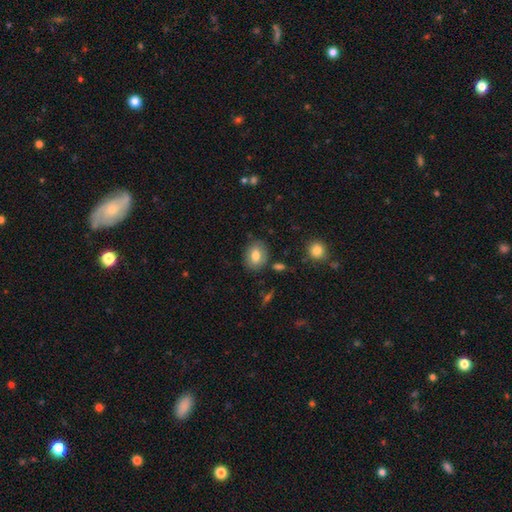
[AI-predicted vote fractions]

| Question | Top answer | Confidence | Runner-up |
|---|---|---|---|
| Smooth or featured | smooth | 75% | featured or disk (16%) |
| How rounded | in between | 62% | round (37%) |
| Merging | none | 81% | minor disturbance (12%) |